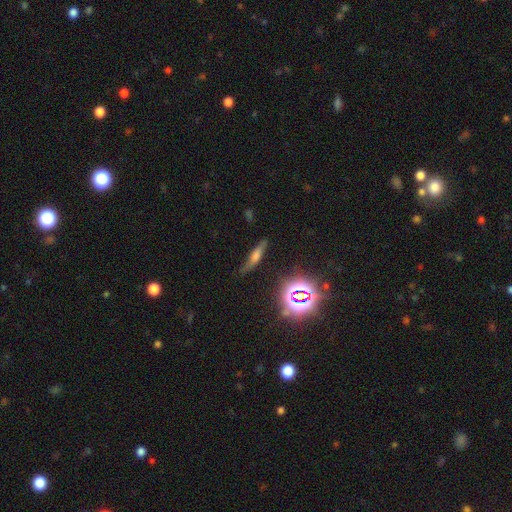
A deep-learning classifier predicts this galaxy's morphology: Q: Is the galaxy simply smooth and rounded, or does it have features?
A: smooth — 44%.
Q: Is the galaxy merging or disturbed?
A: none — 75%.